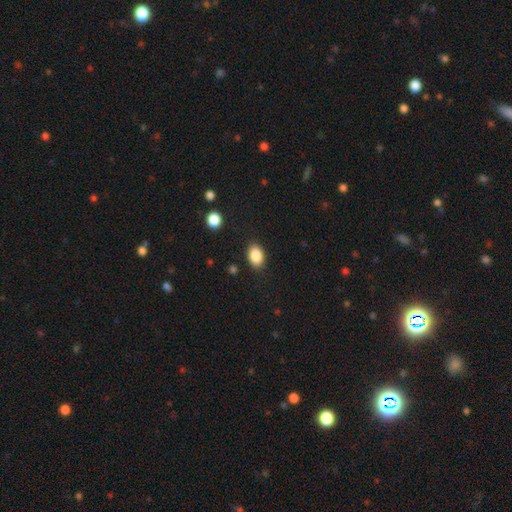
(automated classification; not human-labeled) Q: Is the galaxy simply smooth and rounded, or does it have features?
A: smooth — 88%.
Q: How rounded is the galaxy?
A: in between — 84%.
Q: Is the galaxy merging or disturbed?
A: none — 87%.